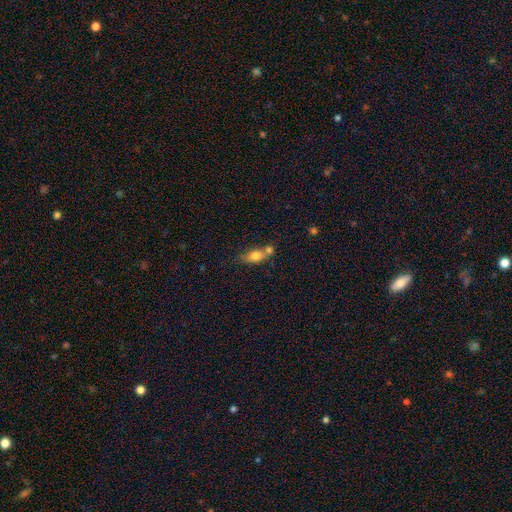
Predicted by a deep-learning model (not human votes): smooth 74%, featured or disk 18%, star or artifact 9%. Down the decision tree: how rounded — in between (72%); merging — merger (44%).